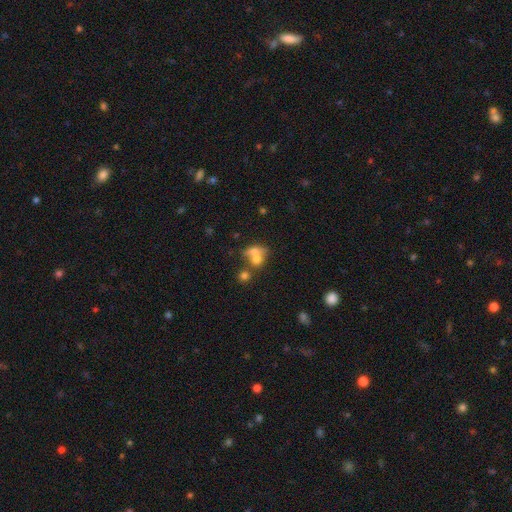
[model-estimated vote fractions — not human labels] This is likely a smooth galaxy (66%). How rounded: possibly round (49%). Merging: possibly merger (59%).